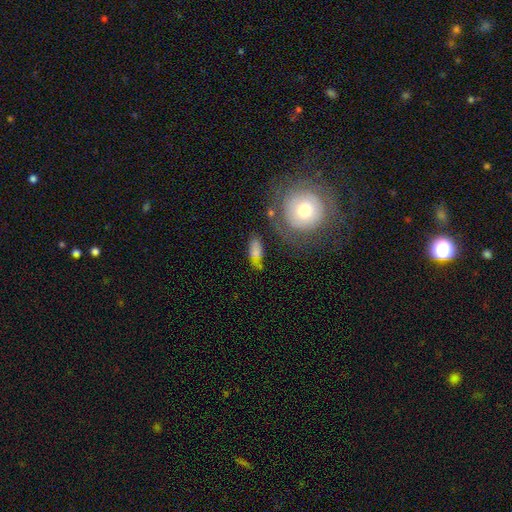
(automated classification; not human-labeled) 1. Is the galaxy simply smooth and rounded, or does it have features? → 64% smooth, 25% featured or disk, 11% star or artifact.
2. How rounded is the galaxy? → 70% in between, 15% cigar-shaped, 15% round.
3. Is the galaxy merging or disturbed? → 58% none, 20% minor disturbance, 11% major disturbance, 11% merger.